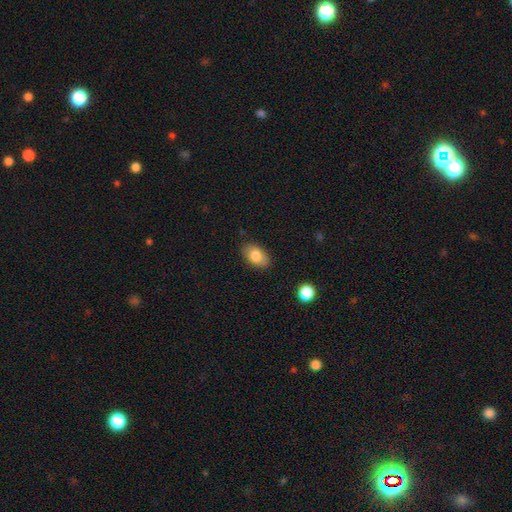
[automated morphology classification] Q: Smooth or featured?
A: smooth (83%); runner-up: featured or disk (10%)
Q: How rounded?
A: in between (90%); runner-up: round (8%)
Q: Merging?
A: none (84%); runner-up: minor disturbance (12%)